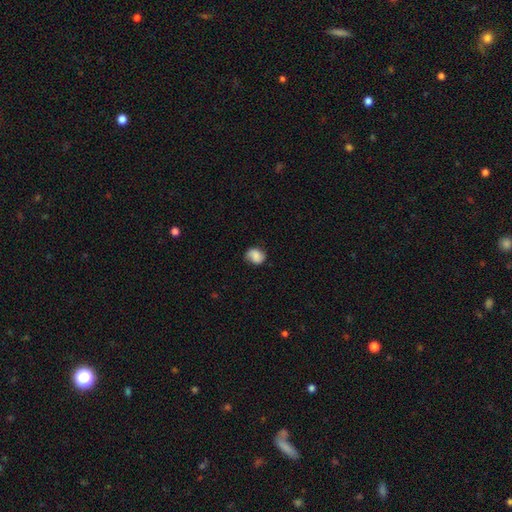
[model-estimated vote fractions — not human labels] This appears to be a smooth galaxy with no disk features (74%) that is round (57%). Merging: none (70%).